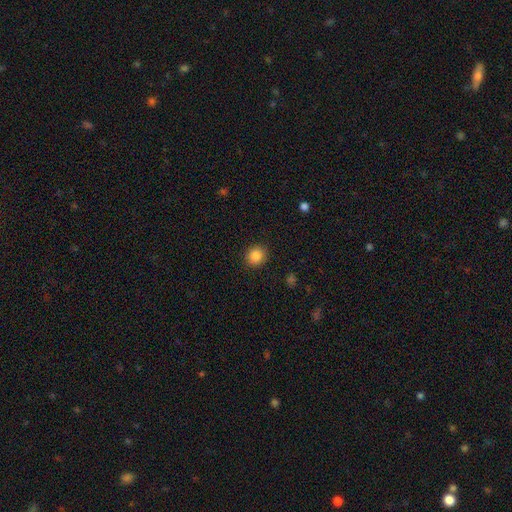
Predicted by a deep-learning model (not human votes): Smooth or featured?
  - smooth: 86% *
  - star or artifact: 10%
  - featured or disk: 4%
How rounded?
  - round: 84% *
  - in between: 15%
  - cigar-shaped: 1%
Merging?
  - none: 90% *
  - minor disturbance: 7%
  - major disturbance: 2%
  - merger: 1%